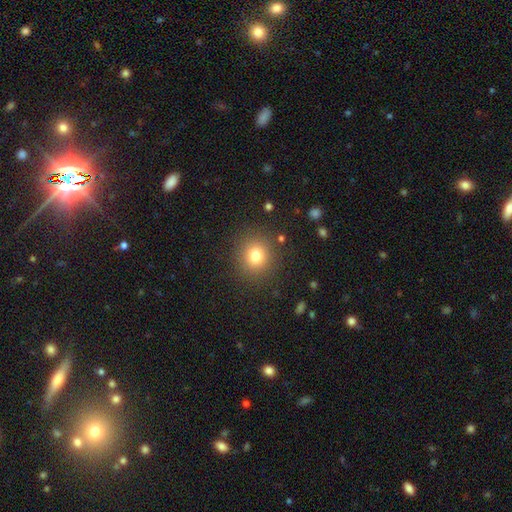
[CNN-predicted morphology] type=smooth (78%); roundness=round (89%); merging=none (88%).